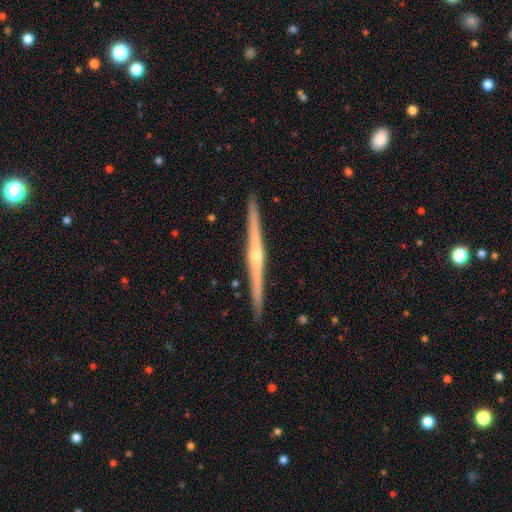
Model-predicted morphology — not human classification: Smooth or featured: featured or disk — 84% (smooth — 11%)
Edge-on disk: yes — 99% (no — 1%)
Edge-on bulge: rounded — 77% (none — 18%)
Merging: none — 93% (minor disturbance — 5%)